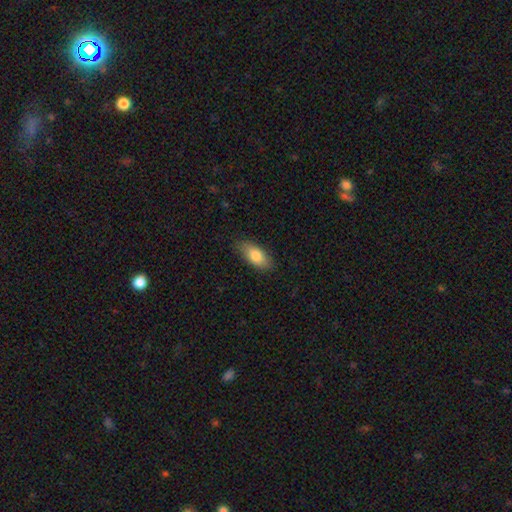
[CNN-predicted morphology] A smooth galaxy with no disk features (82%) that is in between round and cigar-shaped (86%).

Vote fractions:
- Smooth or featured? smooth: 82% / featured or disk: 11% / star or artifact: 6%
- How rounded? in between: 86% / cigar-shaped: 11% / round: 3%
- Merging? none: 81% / minor disturbance: 15% / major disturbance: 3% / merger: 1%